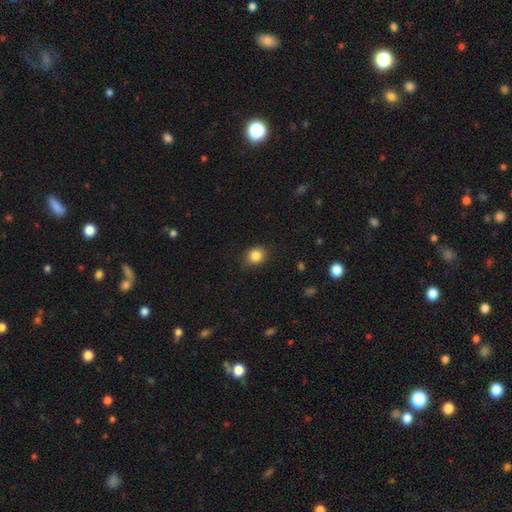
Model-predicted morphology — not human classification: This appears to be a smooth galaxy with no disk features (85%) that is round (68%). Merging: none (84%).